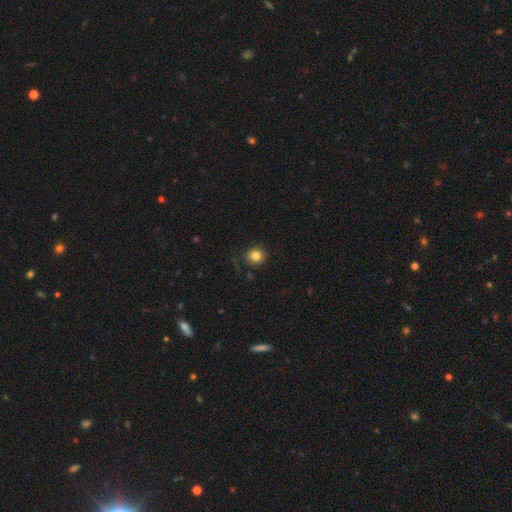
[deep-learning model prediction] Overall: smooth (83%). How rounded: round (90%). Merging: none (84%).